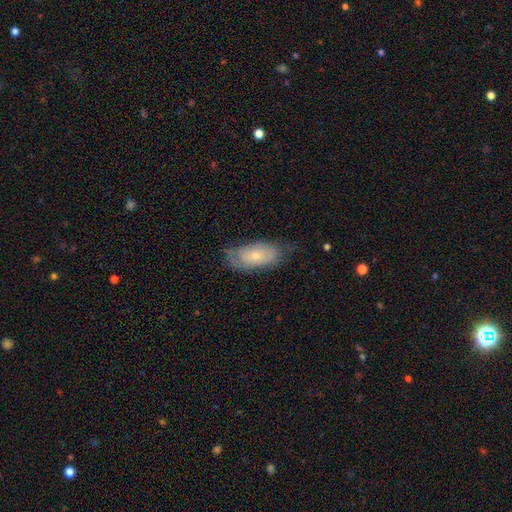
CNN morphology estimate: Smooth or featured? smooth (48%)
Merging? none (60%)